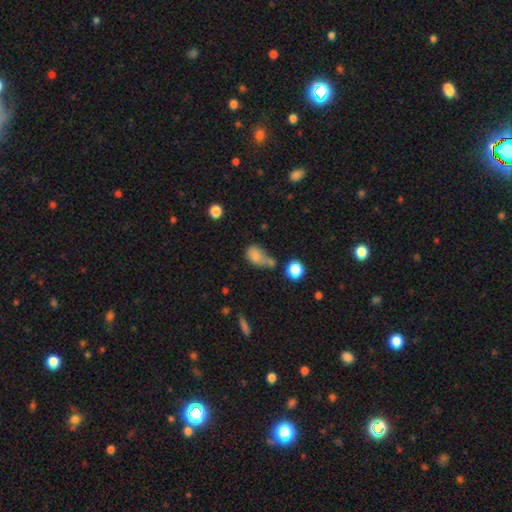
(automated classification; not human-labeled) A smooth galaxy with no disk features (76%) that is in between round and cigar-shaped (74%).

Vote fractions:
- Smooth or featured? smooth: 76% / featured or disk: 12% / star or artifact: 12%
- How rounded? in between: 74% / round: 24% / cigar-shaped: 2%
- Merging? merger: 33% / none: 28% / minor disturbance: 22% / major disturbance: 16%